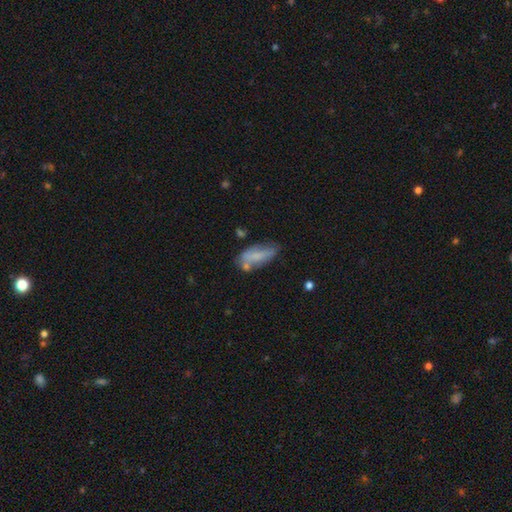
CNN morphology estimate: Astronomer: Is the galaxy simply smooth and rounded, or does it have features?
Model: smooth — 67%.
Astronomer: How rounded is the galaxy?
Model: in between — 73%.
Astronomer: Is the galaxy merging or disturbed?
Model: none — 50% (runner-up: minor disturbance, 29%).